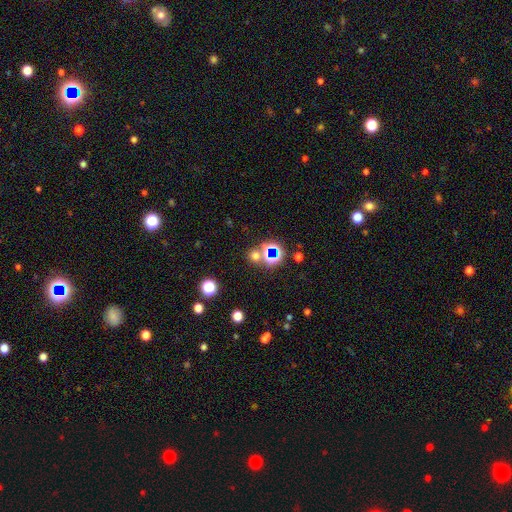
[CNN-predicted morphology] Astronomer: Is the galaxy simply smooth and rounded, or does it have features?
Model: smooth — 52% (runner-up: star or artifact, 39%).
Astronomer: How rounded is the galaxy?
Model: round — 86%.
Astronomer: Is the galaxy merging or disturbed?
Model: none — 66%.